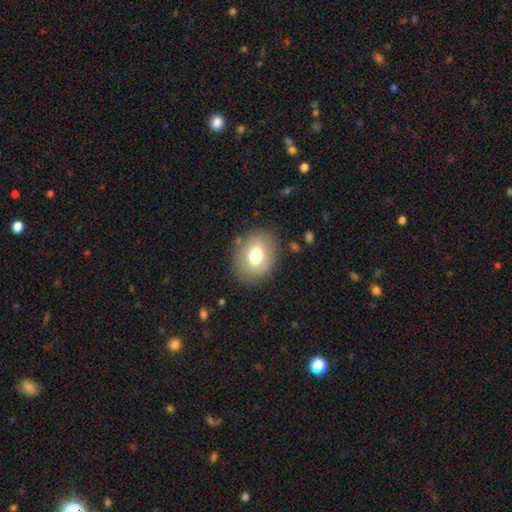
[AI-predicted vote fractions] Smooth or featured: smooth — 74% (featured or disk — 17%)
How rounded: in between — 52% (round — 47%)
Merging: none — 83% (minor disturbance — 11%)